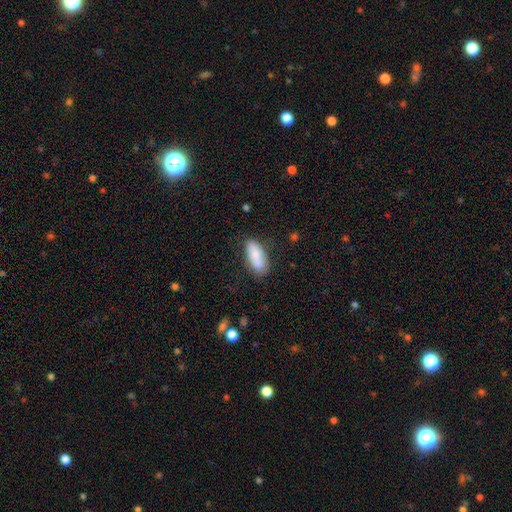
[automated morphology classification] Smooth or featured? Predicted: smooth (p=0.83). How rounded? Predicted: in between (p=0.76). Merging? Predicted: none (p=0.74).